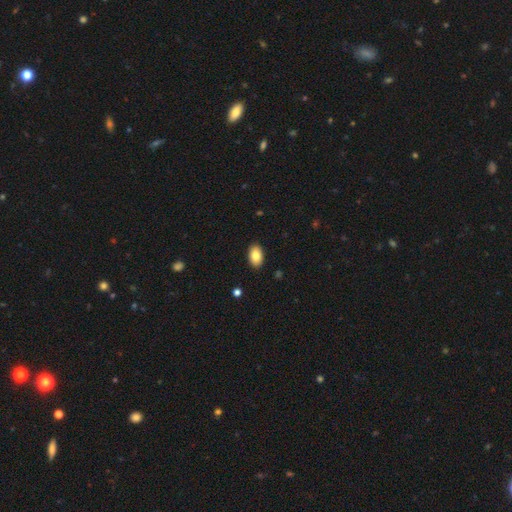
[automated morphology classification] smooth 85%, star or artifact 7%, featured or disk 7%. Down the decision tree: how rounded — in between (91%); merging — none (90%).